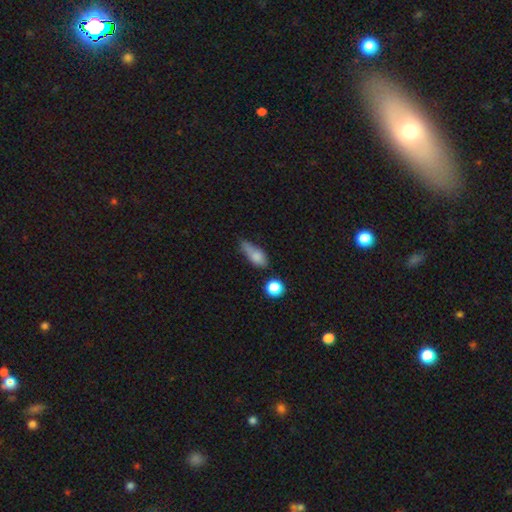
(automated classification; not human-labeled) Smooth or featured? Predicted: smooth (p=0.72). How rounded? Predicted: in between (p=0.66). Merging? Predicted: minor disturbance (p=0.37).